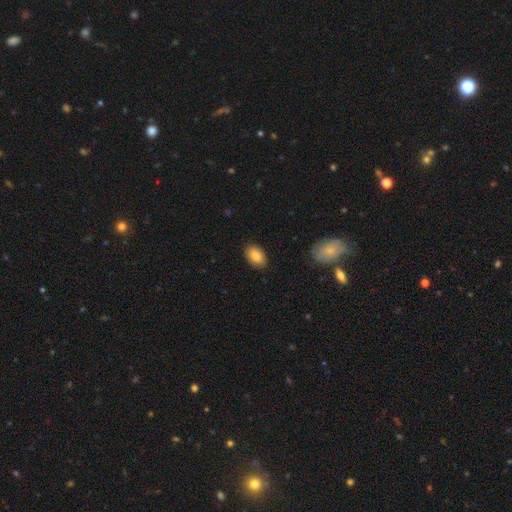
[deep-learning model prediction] Smooth or featured? smooth (87%)
How rounded? in between (87%)
Merging? none (87%)